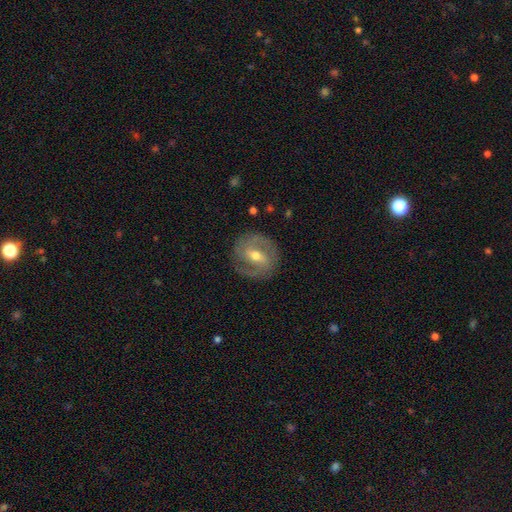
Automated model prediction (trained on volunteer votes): Smooth or featured? featured or disk (82%)
Edge-on disk? no (96%)
Bar? weak (46%)
Spiral arms? yes (90%)
Spiral winding? medium (46%)
Spiral arm count? 2 (82%)
Bulge size? moderate (66%)
Merging? none (83%)